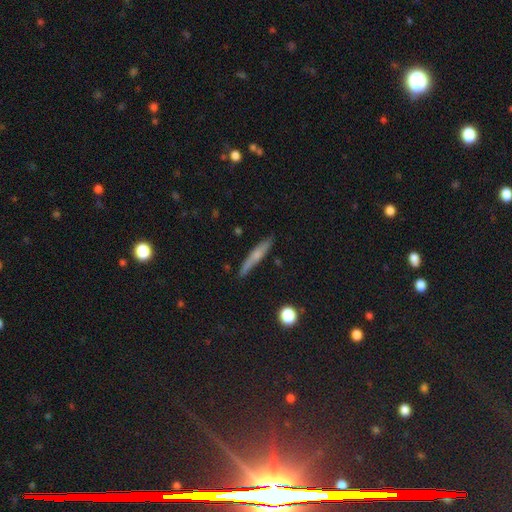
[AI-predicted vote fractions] smooth 52%, featured or disk 40%, star or artifact 8%. Down the decision tree: how rounded — cigar-shaped (92%); merging — none (82%).